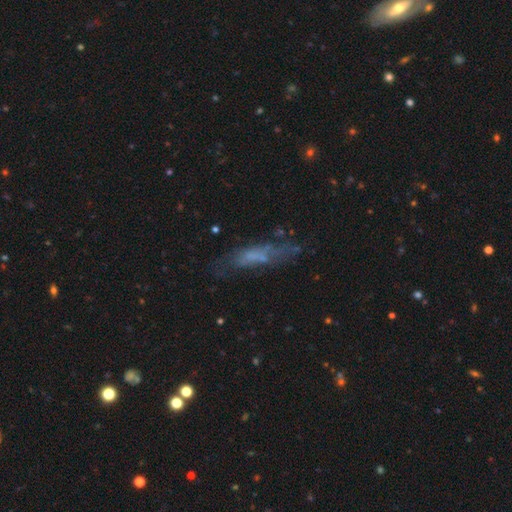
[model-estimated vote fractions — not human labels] A smooth galaxy with no disk features (44%). Merging: none (55%).